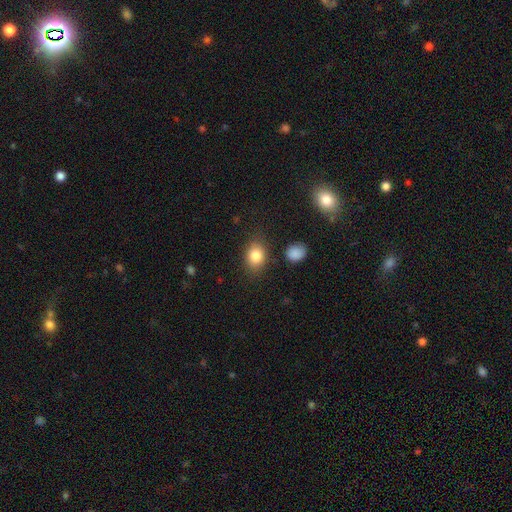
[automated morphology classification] Smooth or featured? Predicted: smooth (p=0.84). How rounded? Predicted: in between (p=0.63). Merging? Predicted: none (p=0.80).